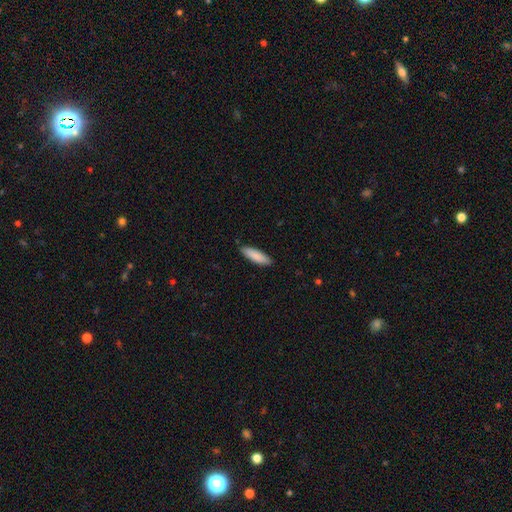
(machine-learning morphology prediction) A smooth galaxy with no disk features (88%) that is cigar-shaped (57%). Merging: none (87%).